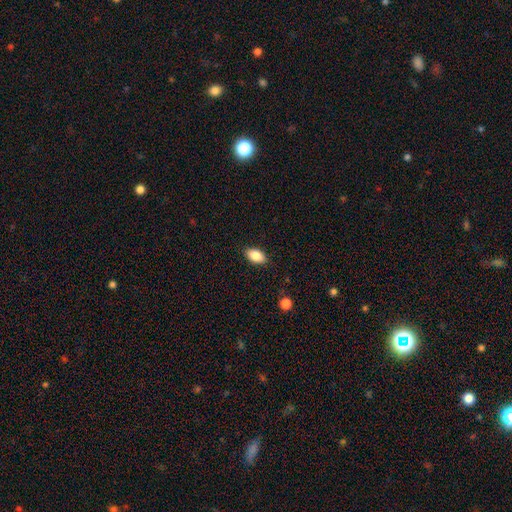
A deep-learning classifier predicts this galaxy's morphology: smooth_or_featured: smooth (p=0.86) [alt: star or artifact p=0.08]
how_rounded: in between (p=0.92) [alt: round p=0.06]
merging: none (p=0.88) [alt: minor disturbance p=0.09]